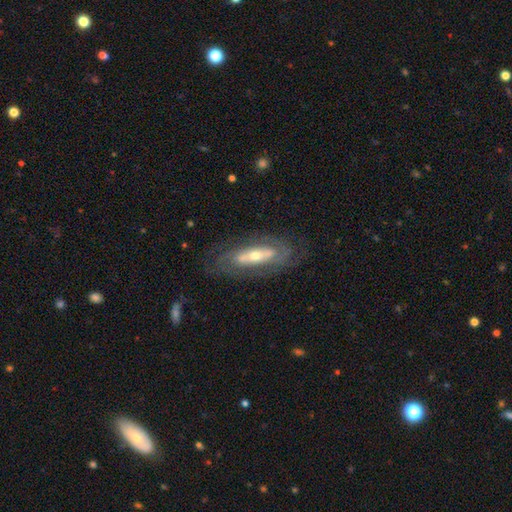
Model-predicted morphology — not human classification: Smooth or featured: featured or disk — 73% (smooth — 21%)
Edge-on disk: no — 78% (yes — 22%)
Bar: no — 54% (strong — 23%)
Spiral arms: yes — 67% (no — 33%)
Bulge size: moderate — 50% (small — 42%)
Merging: none — 72% (minor disturbance — 16%)